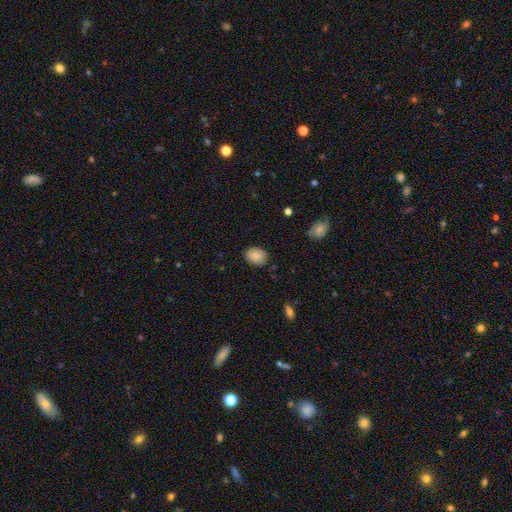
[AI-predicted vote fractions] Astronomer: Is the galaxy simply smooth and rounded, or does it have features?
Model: smooth — 86%.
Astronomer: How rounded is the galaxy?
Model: in between — 56% (runner-up: round, 43%).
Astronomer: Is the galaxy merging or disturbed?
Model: none — 81%.